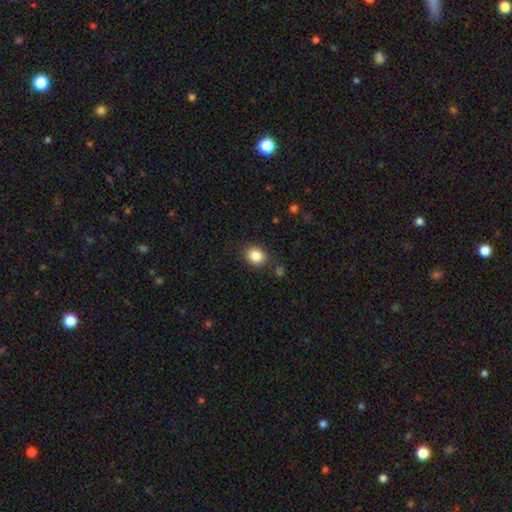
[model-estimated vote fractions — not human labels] Q: Smooth or featured?
A: smooth (86%); runner-up: star or artifact (9%)
Q: How rounded?
A: in between (50%); runner-up: round (49%)
Q: Merging?
A: none (84%); runner-up: minor disturbance (10%)